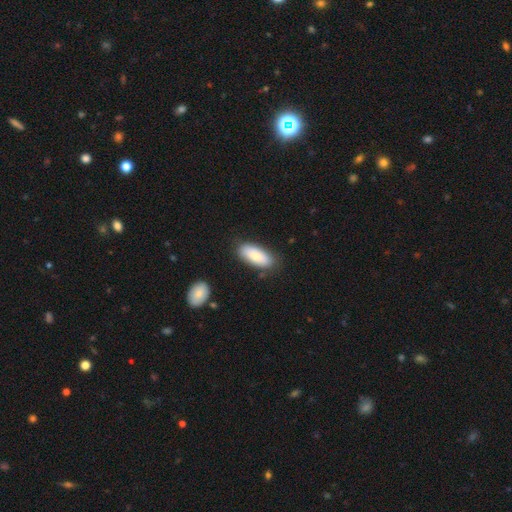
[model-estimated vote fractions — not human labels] Smooth or featured? Predicted: smooth (p=0.82). How rounded? Predicted: in between (p=0.86). Merging? Predicted: none (p=0.82).